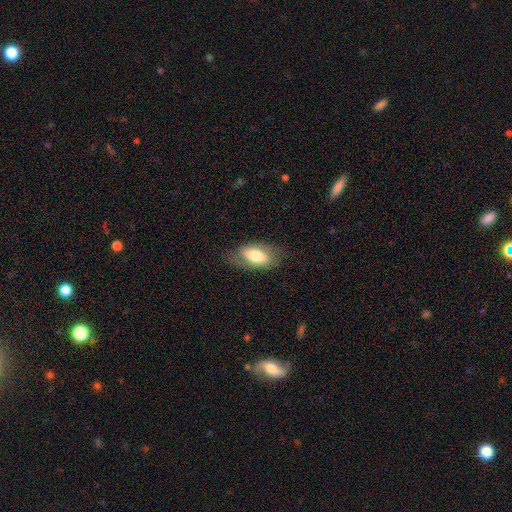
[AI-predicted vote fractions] This is likely a smooth galaxy (67%). How rounded: clearly in between (89%). Merging: likely none (71%).